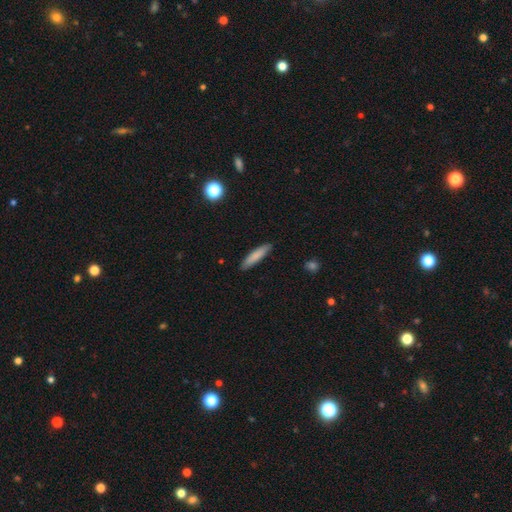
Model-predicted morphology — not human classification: Smooth or featured? smooth (82%)
How rounded? cigar-shaped (83%)
Merging? none (89%)